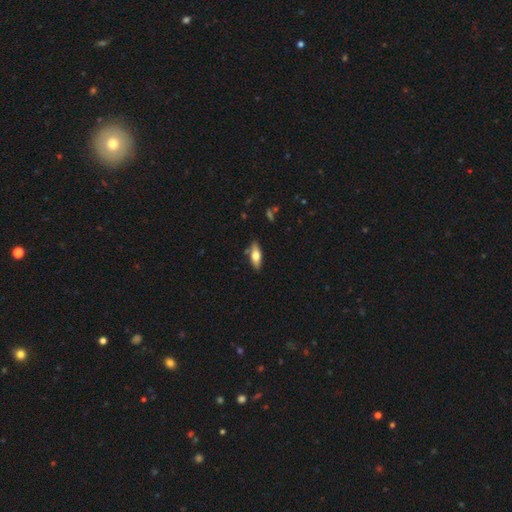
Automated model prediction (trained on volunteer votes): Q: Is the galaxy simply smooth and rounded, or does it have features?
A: smooth — 66%.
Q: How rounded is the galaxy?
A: in between — 70%.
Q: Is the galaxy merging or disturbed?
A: none — 79%.